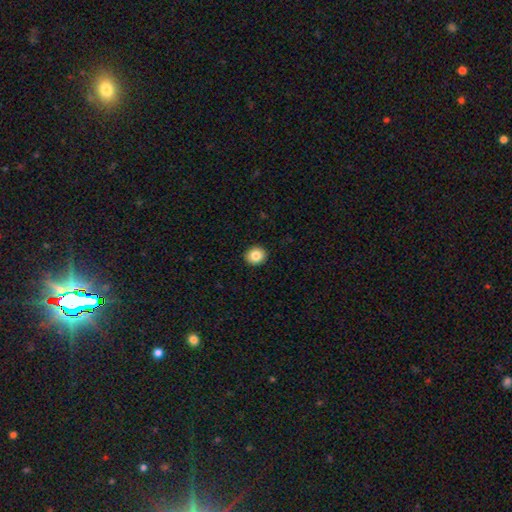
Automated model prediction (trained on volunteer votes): smooth-or-featured: smooth: 84% | star or artifact: 9% | featured or disk: 7%
  how-rounded: round: 83% | in between: 16% | cigar-shaped: 1%
  merging: none: 93% | minor disturbance: 5% | major disturbance: 1% | merger: 1%